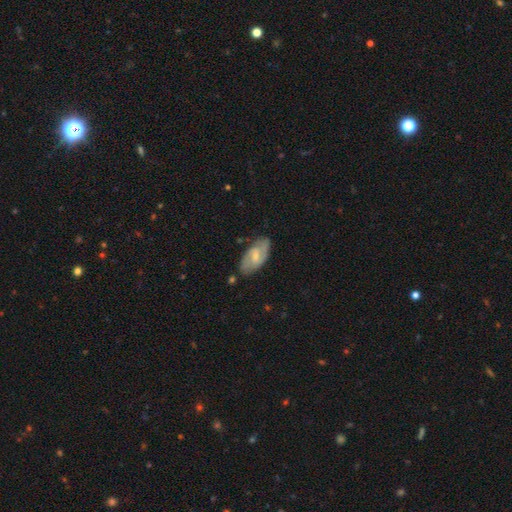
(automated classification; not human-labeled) Q: Smooth or featured?
A: featured or disk (63%); runner-up: smooth (31%)
Q: Edge-on disk?
A: no (93%); runner-up: yes (7%)
Q: Bar?
A: weak (52%); runner-up: no (34%)
Q: Spiral arms?
A: yes (85%); runner-up: no (15%)
Q: Bulge size?
A: small (57%); runner-up: moderate (37%)
Q: Merging?
A: none (74%); runner-up: minor disturbance (19%)